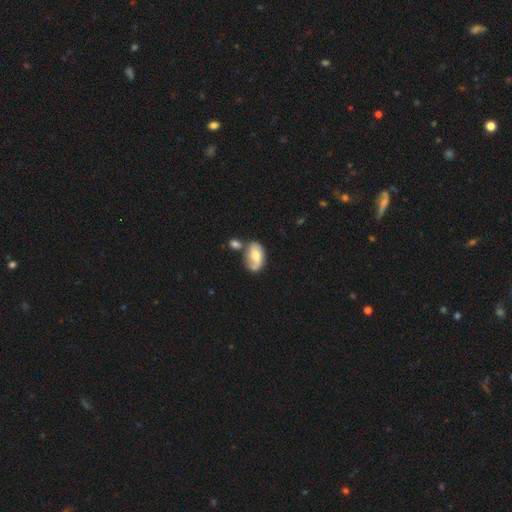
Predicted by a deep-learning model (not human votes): A smooth galaxy with no disk features (50%) that is in between round and cigar-shaped (89%).

Vote fractions:
- Smooth or featured? smooth: 50% / featured or disk: 42% / star or artifact: 8%
- How rounded? in between: 89% / round: 9% / cigar-shaped: 2%
- Merging? none: 37% / merger: 28% / minor disturbance: 23% / major disturbance: 12%